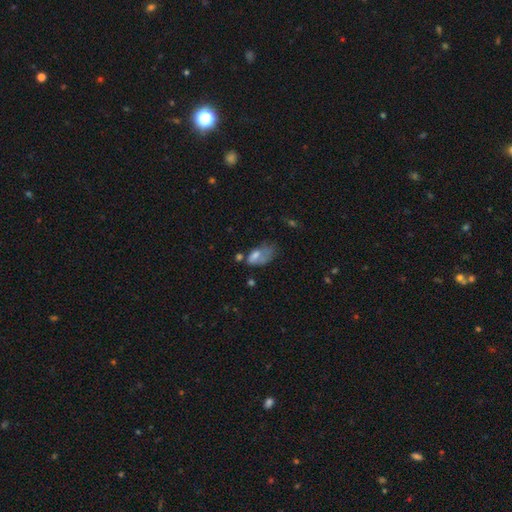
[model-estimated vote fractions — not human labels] smooth 62%, featured or disk 26%, star or artifact 12%. Down the decision tree: how rounded — in between (88%); merging — major disturbance (42%).